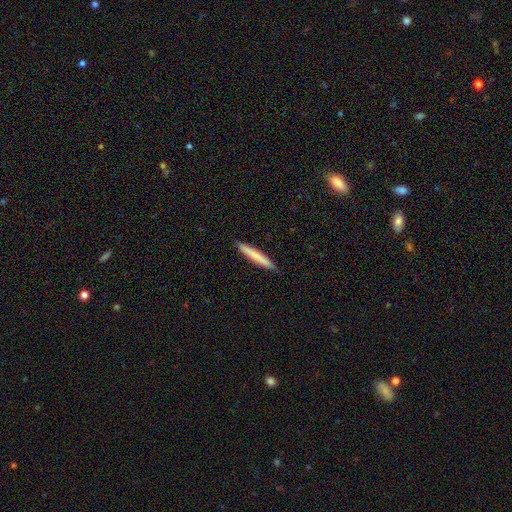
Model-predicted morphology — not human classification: Smooth or featured?
  - smooth: 75% *
  - featured or disk: 19%
  - star or artifact: 6%
How rounded?
  - cigar-shaped: 96% *
  - in between: 3%
  - round: 1%
Merging?
  - none: 89% *
  - minor disturbance: 8%
  - major disturbance: 1%
  - merger: 1%